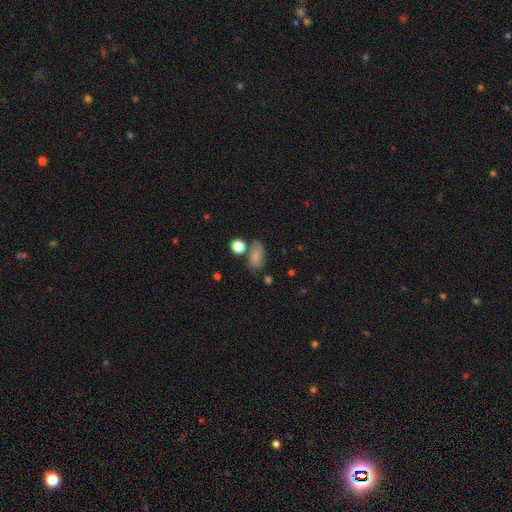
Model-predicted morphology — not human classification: smooth 80%, star or artifact 10%, featured or disk 10%. Down the decision tree: how rounded — in between (86%); merging — none (61%).